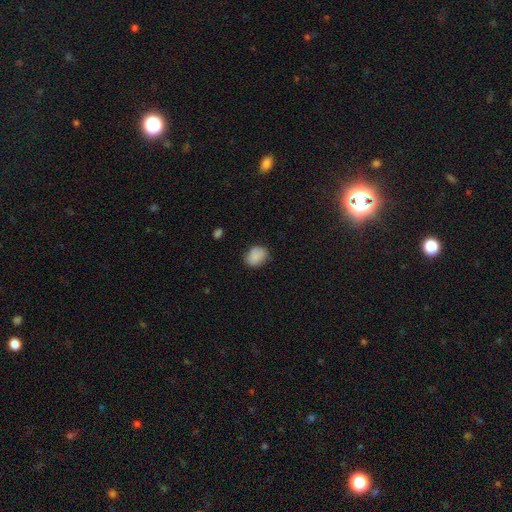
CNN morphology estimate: A smooth galaxy with no disk features (85%) that is in between round and cigar-shaped (54%).

Vote fractions:
- Smooth or featured? smooth: 85% / star or artifact: 8% / featured or disk: 6%
- How rounded? in between: 54% / round: 45% / cigar-shaped: 1%
- Merging? none: 74% / minor disturbance: 19% / major disturbance: 4% / merger: 2%